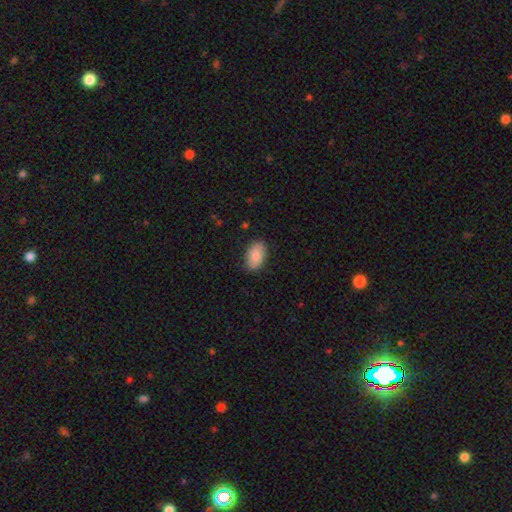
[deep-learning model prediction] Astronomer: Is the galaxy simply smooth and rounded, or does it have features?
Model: smooth — 79%.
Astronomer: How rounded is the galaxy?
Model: in between — 92%.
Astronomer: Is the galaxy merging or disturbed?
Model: none — 84%.